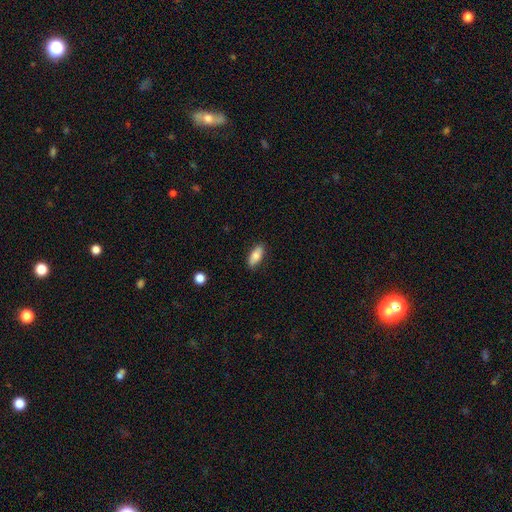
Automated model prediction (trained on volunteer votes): Morphology: type=smooth (80%); roundness=in between (84%); merging=none (87%).